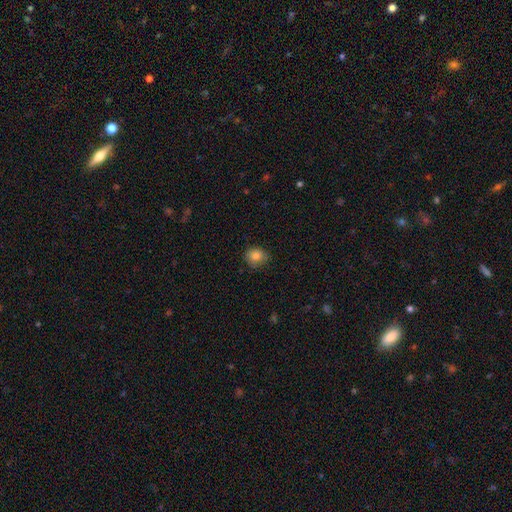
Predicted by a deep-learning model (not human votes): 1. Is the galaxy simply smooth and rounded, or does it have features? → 83% smooth, 10% star or artifact, 7% featured or disk.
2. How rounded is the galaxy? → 75% round, 24% in between, 1% cigar-shaped.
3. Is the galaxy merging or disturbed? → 79% none, 17% minor disturbance, 3% major disturbance, 1% merger.